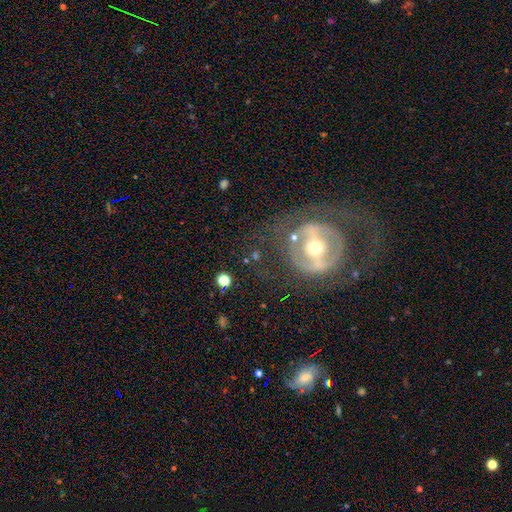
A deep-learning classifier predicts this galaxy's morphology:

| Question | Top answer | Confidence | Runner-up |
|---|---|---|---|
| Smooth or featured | featured or disk | 75% | smooth (17%) |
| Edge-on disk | no | 92% | yes (8%) |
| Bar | strong | 54% | weak (27%) |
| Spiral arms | no | 51% | yes (49%) |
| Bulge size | moderate | 65% | small (29%) |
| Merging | none | 60% | major disturbance (19%) |